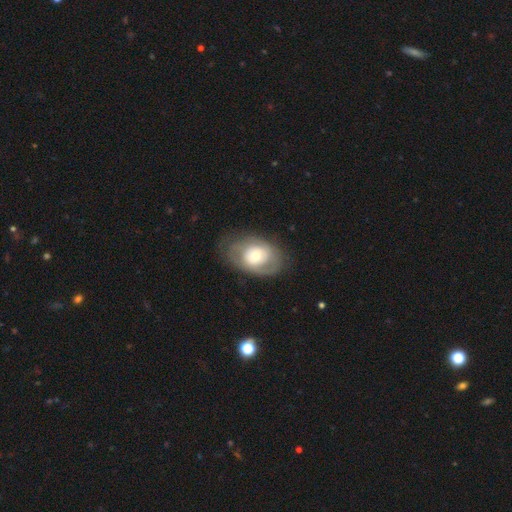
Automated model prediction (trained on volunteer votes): This is possibly a featured or disk galaxy (52%). It is clearly not viewed edge-on (94%). Merging: likely none (68%).